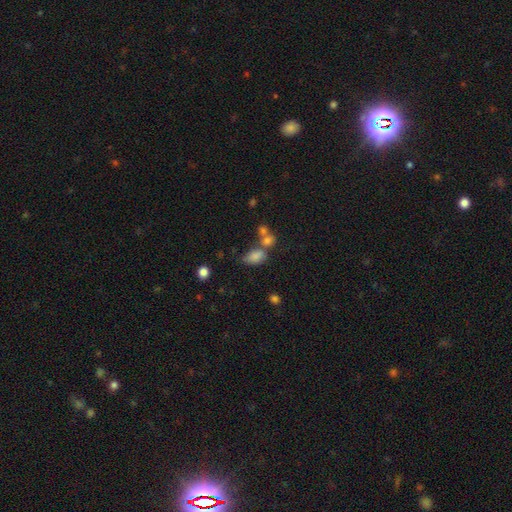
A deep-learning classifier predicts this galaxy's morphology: This appears to be a smooth galaxy with no disk features (75%) that is in between round and cigar-shaped (86%). Merging: none (38%, tied with merger).